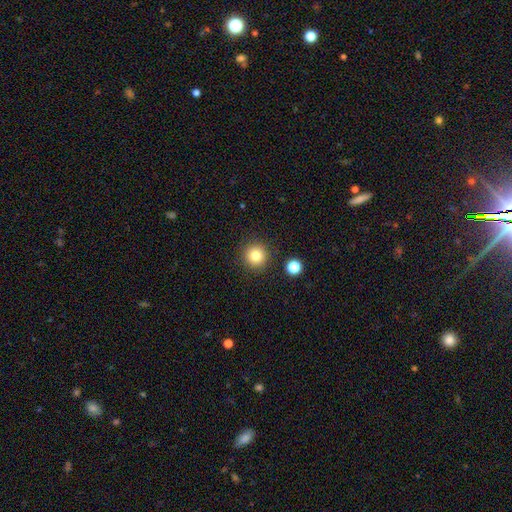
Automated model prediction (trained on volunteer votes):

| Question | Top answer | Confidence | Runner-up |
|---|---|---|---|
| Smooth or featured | smooth | 81% | star or artifact (12%) |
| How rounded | round | 95% | in between (4%) |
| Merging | none | 90% | minor disturbance (6%) |